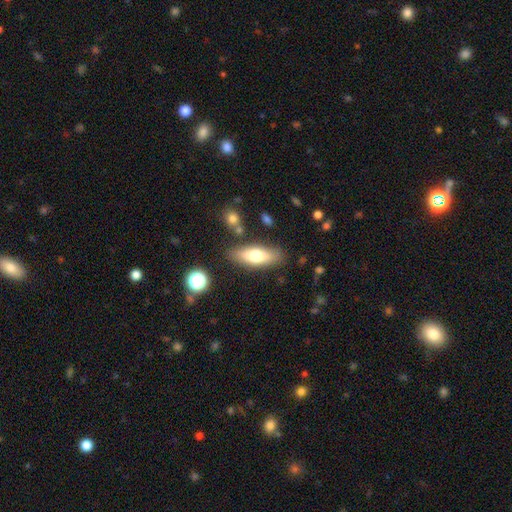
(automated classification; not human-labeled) The model was most divided on "how rounded": in between: 64%, cigar-shaped: 34%, round: 3%. More confident: merging — none (81%); smooth or featured — smooth (67%).